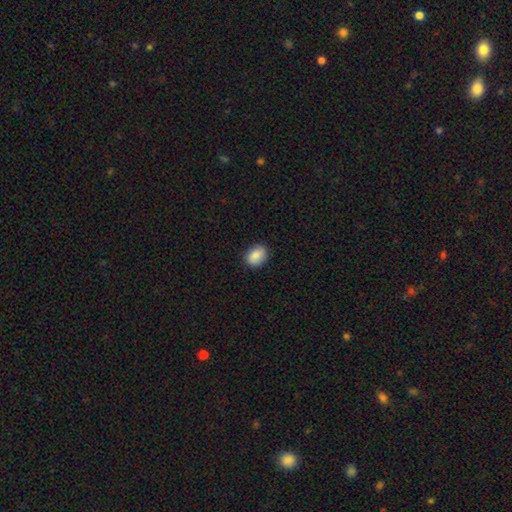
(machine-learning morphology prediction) smooth 86%, star or artifact 7%, featured or disk 6%. Down the decision tree: how rounded — in between (60%); merging — none (88%).